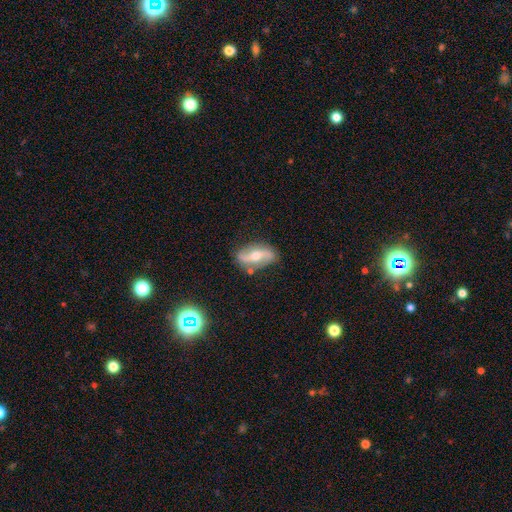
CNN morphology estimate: This appears to be a featured or disk galaxy (74%) with no bar (42%), 2 (92%) loose (76%) spiral arms (87%) and a moderate central bulge (65%). Merging: none (79%).